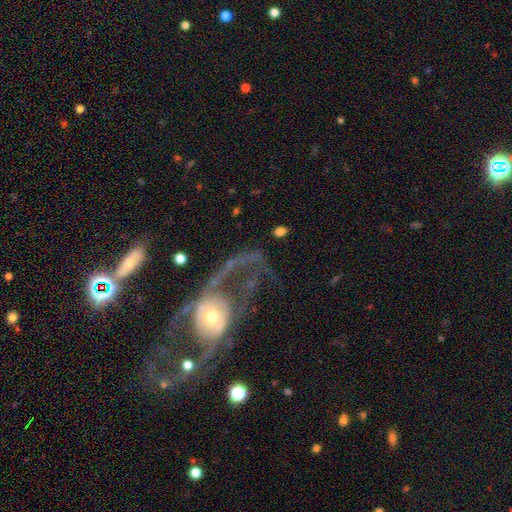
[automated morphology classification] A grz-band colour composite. It shows a featured or disk galaxy (75%) with no bar (68%), 2 (68%) loose (53%) spiral arms (79%) and a small central bulge (46%). Merging: major disturbance (39%).